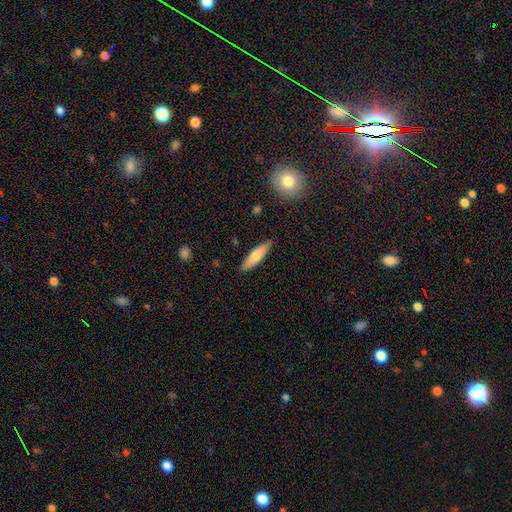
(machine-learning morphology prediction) Smooth or featured?
  - smooth: 65% *
  - featured or disk: 29%
  - star or artifact: 6%
How rounded?
  - cigar-shaped: 69% *
  - in between: 29%
  - round: 2%
Merging?
  - none: 88% *
  - minor disturbance: 9%
  - major disturbance: 2%
  - merger: 1%